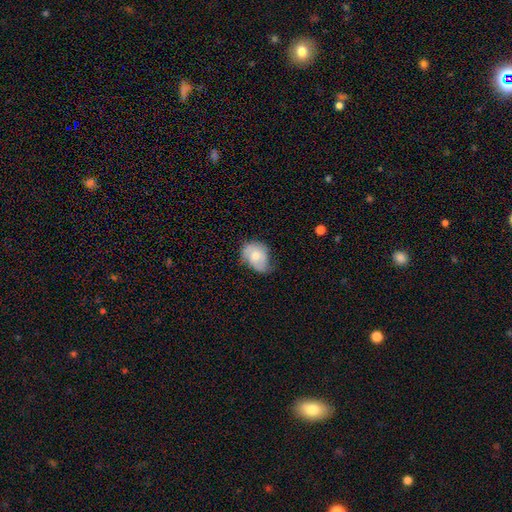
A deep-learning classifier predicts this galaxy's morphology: The model was most divided on "merging": minor disturbance: 42%, none: 41%, major disturbance: 15%, merger: 2%. More confident: how rounded — in between (66%); smooth or featured — smooth (55%).